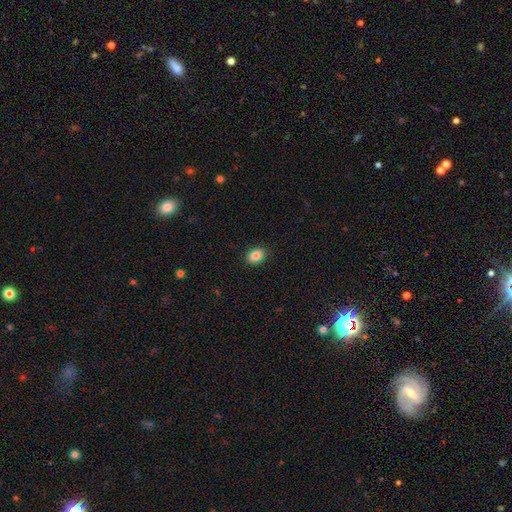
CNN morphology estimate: smooth 86%, star or artifact 9%, featured or disk 5%. Down the decision tree: how rounded — in between (72%); merging — none (89%).